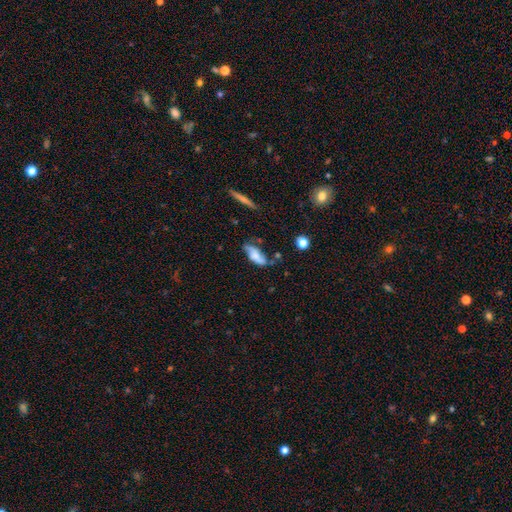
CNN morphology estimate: smooth 52%, featured or disk 39%, star or artifact 9%. Down the decision tree: how rounded — in between (78%); merging — none (52%).